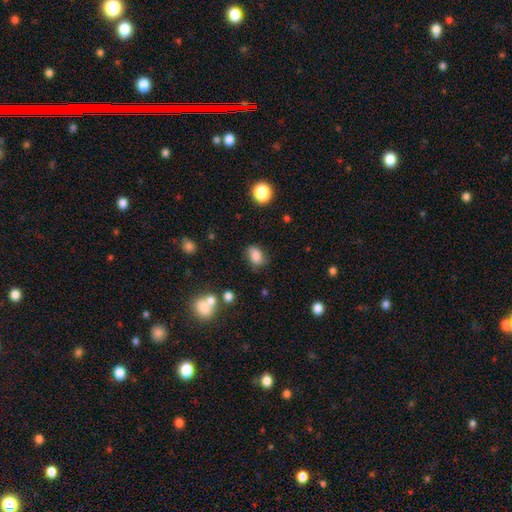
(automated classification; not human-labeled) Morphology: type=smooth (81%); roundness=in between (81%); merging=none (65%).